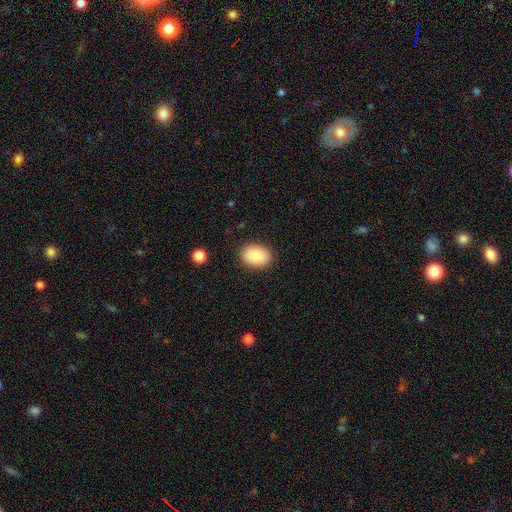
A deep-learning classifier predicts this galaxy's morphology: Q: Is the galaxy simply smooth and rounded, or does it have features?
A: smooth — 88%.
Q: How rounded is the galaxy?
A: in between — 85%.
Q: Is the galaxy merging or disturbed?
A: none — 88%.